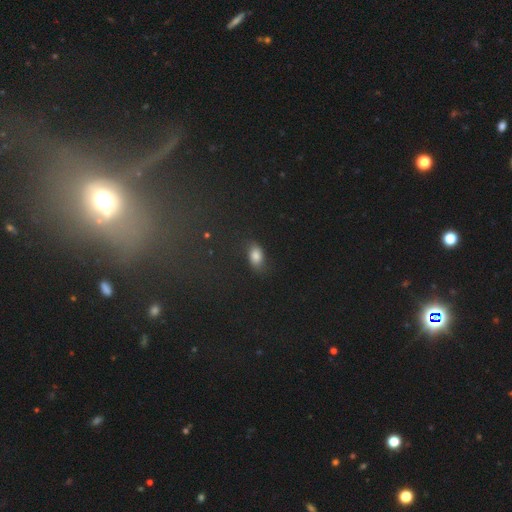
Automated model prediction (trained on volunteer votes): This is likely a smooth galaxy (77%). How rounded: clearly in between (87%). Merging: likely none (78%).